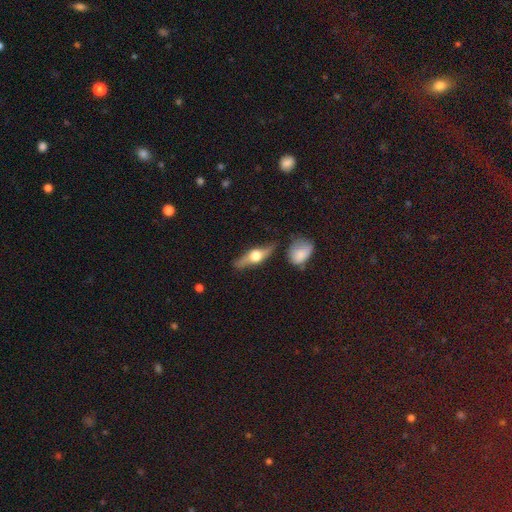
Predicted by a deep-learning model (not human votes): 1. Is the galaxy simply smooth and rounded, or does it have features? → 68% featured or disk, 26% smooth, 6% star or artifact.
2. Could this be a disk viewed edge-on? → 92% yes, 8% no.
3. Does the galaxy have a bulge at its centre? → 96% rounded, 3% boxy, 1% none.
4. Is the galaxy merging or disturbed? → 80% none, 13% minor disturbance, 4% major disturbance, 4% merger.